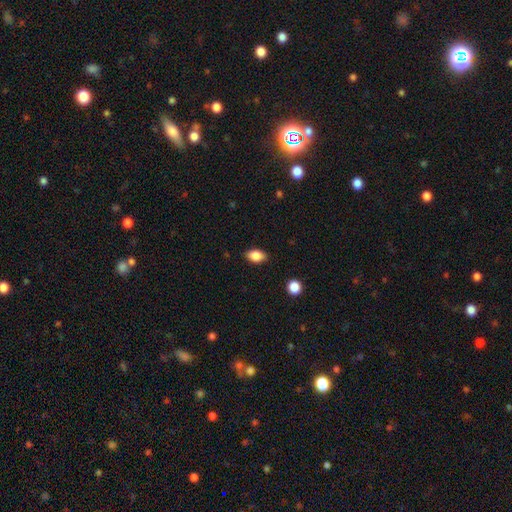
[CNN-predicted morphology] smooth_or_featured: smooth (p=0.86) [alt: star or artifact p=0.08]
how_rounded: in between (p=0.88) [alt: round p=0.10]
merging: none (p=0.86) [alt: minor disturbance p=0.11]